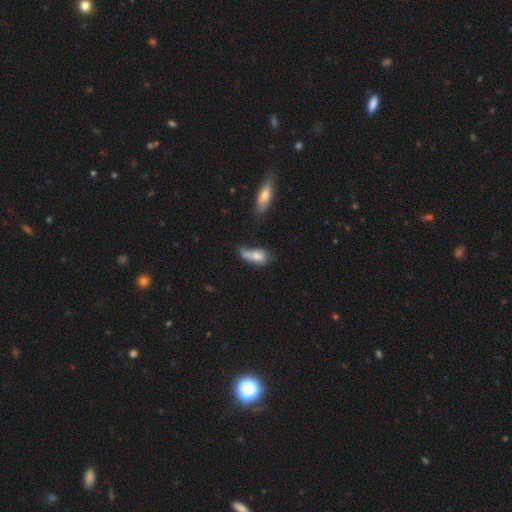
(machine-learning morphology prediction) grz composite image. It shows a smooth galaxy with no disk features (71%) that is in between round and cigar-shaped (78%). Merging: minor disturbance (31%).